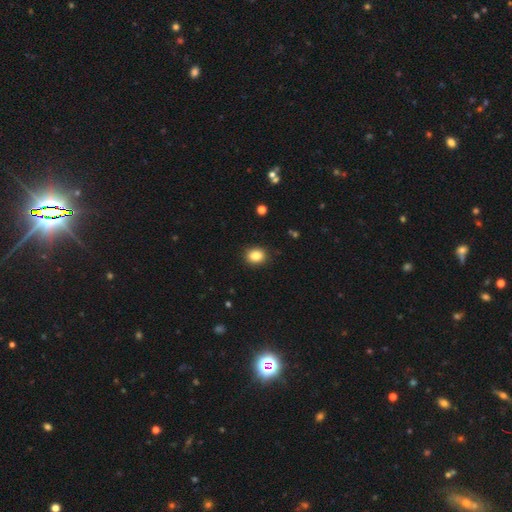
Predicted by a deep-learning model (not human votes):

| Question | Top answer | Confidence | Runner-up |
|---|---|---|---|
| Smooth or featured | smooth | 86% | star or artifact (10%) |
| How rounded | round | 56% | in between (43%) |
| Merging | none | 89% | minor disturbance (8%) |